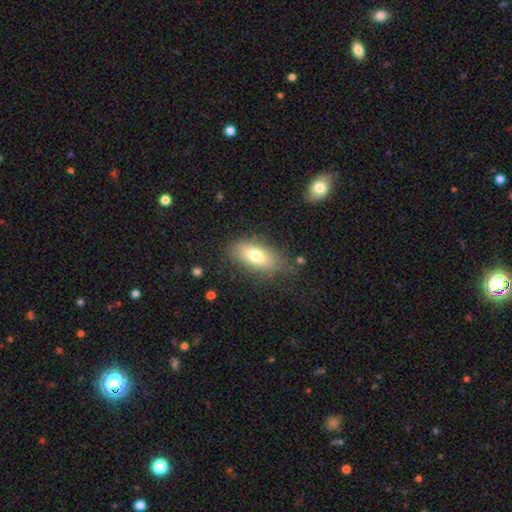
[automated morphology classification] A smooth galaxy with no disk features (74%) that is in between round and cigar-shaped (86%).

Vote fractions:
- Smooth or featured? smooth: 74% / featured or disk: 18% / star or artifact: 8%
- How rounded? in between: 86% / cigar-shaped: 9% / round: 4%
- Merging? none: 70% / minor disturbance: 21% / major disturbance: 7% / merger: 2%